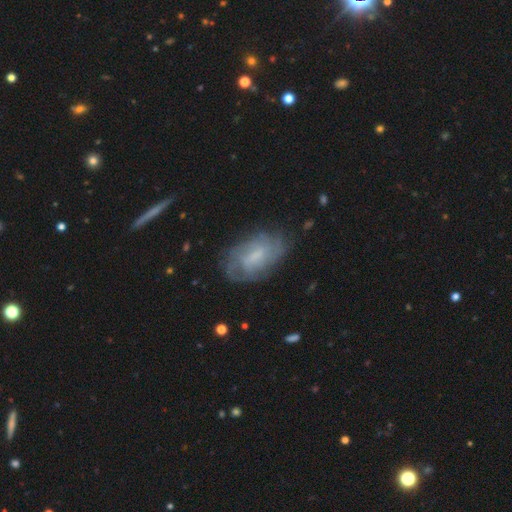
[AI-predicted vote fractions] smooth-or-featured: featured or disk: 60% | smooth: 32% | star or artifact: 8%
  disk-edge-on: no: 94% | yes: 6%
    bar: weak: 47% | no: 42% | strong: 11%
    has-spiral-arms: yes: 81% | no: 19%
    bulge-size: small: 35% | moderate: 32% | none: 26% | large: 6% | dominant: 1%
  merging: none: 70% | minor disturbance: 20% | major disturbance: 8% | merger: 2%